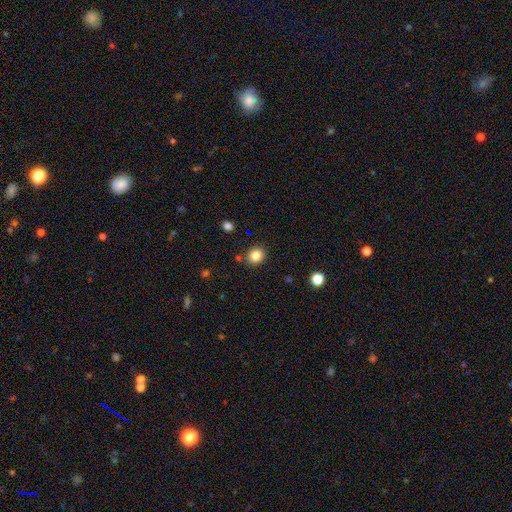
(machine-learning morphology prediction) Q: Smooth or featured?
A: smooth (84%); runner-up: star or artifact (11%)
Q: How rounded?
A: round (72%); runner-up: in between (28%)
Q: Merging?
A: none (87%); runner-up: minor disturbance (8%)